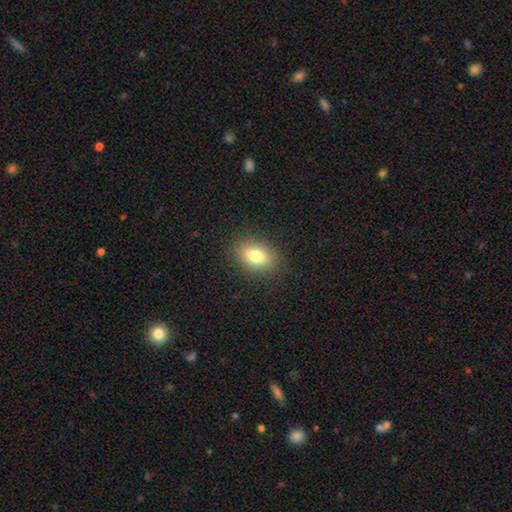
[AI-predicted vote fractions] smooth_or_featured: smooth (p=0.80) [alt: featured or disk p=0.10]
how_rounded: in between (p=0.82) [alt: round p=0.16]
merging: none (p=0.88) [alt: minor disturbance p=0.08]